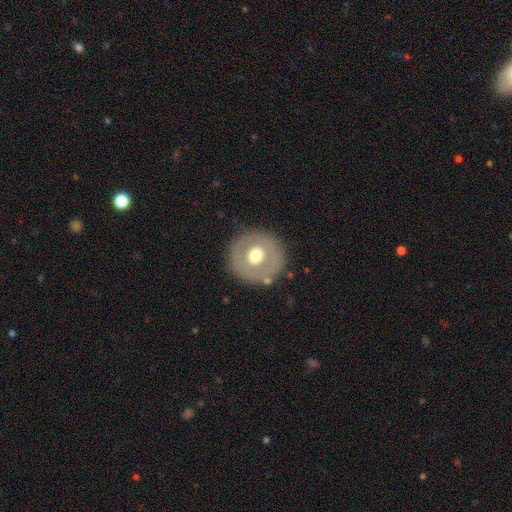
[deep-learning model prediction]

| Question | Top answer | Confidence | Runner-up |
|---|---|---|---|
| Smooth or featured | smooth | 55% | featured or disk (37%) |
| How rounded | round | 94% | in between (5%) |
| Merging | none | 85% | minor disturbance (8%) |